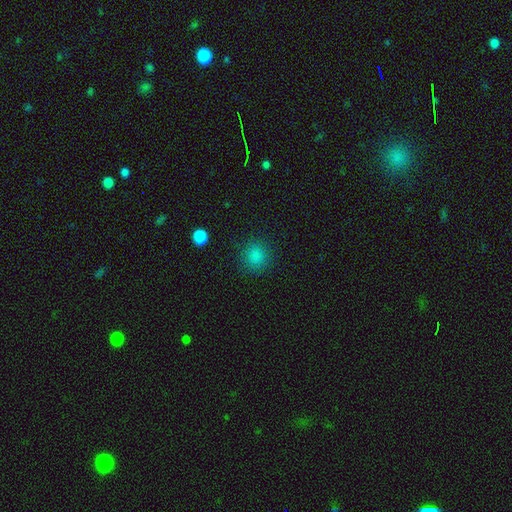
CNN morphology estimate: type=smooth (84%); roundness=round (89%); merging=none (87%).